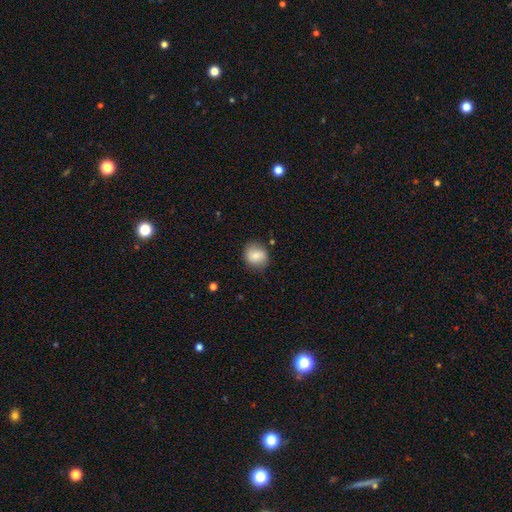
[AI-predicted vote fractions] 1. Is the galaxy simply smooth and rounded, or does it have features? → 77% smooth, 15% featured or disk, 8% star or artifact.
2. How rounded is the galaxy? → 77% round, 22% in between, 1% cigar-shaped.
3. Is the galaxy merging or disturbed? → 79% none, 15% minor disturbance, 4% major disturbance, 2% merger.